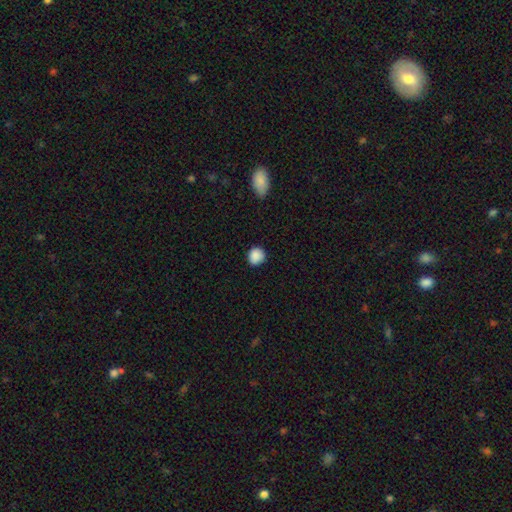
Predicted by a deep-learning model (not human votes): The model was most divided on "merging": none: 86%, minor disturbance: 11%, major disturbance: 2%, merger: 1%. More confident: how rounded — round (89%); smooth or featured — smooth (89%).